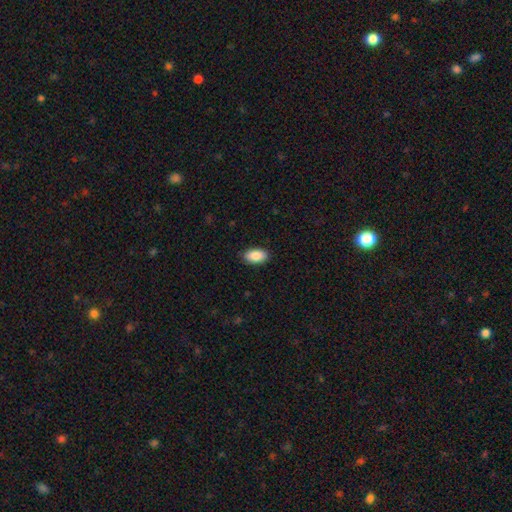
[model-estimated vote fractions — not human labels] smooth_or_featured: smooth (p=0.89) [alt: star or artifact p=0.07]
how_rounded: in between (p=0.94) [alt: round p=0.03]
merging: none (p=0.89) [alt: minor disturbance p=0.09]